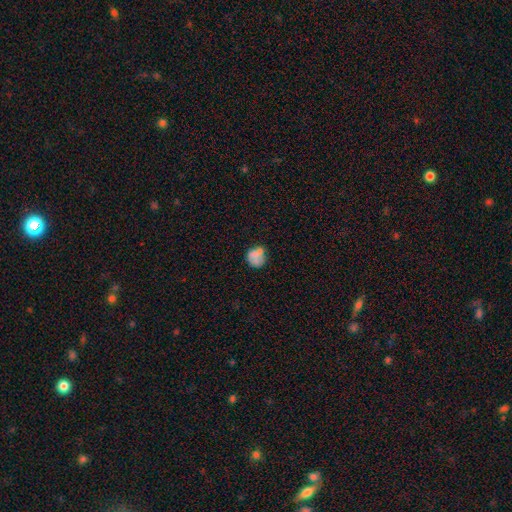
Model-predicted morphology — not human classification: Overall: smooth (65%). How rounded: round (73%). Merging: none (46%; minor disturbance 23%).